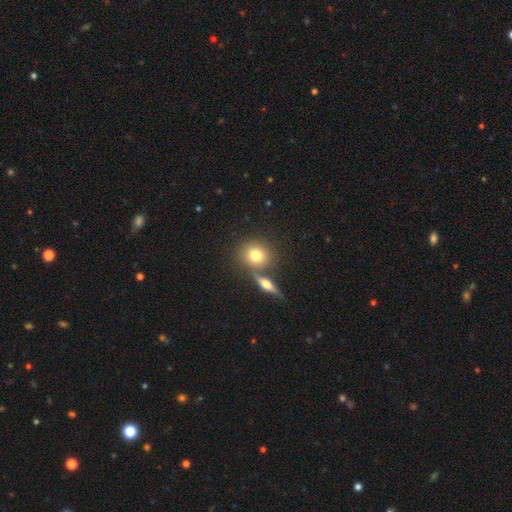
Smooth or featured? 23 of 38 (61%) said smooth. How rounded? 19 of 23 (83%) said round. Merging? 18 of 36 (50%) said none.